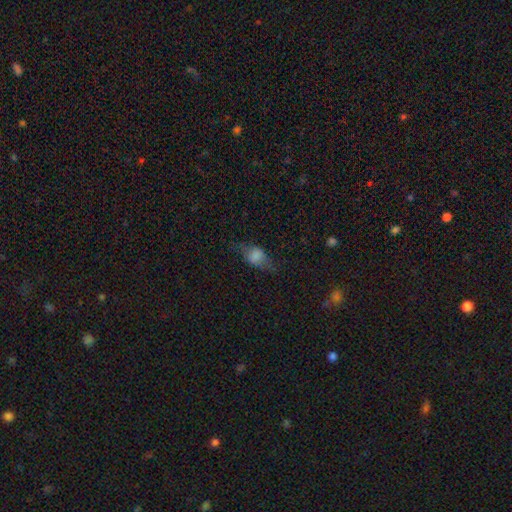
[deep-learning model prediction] Smooth or featured? smooth (58%)
How rounded? in between (73%)
Merging? none (60%)